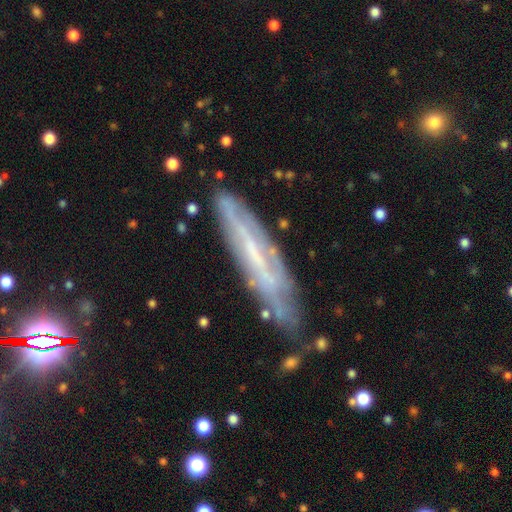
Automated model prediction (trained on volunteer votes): This appears to be a featured or disk galaxy (68%) viewed edge-on (53%). Merging: none (73%).